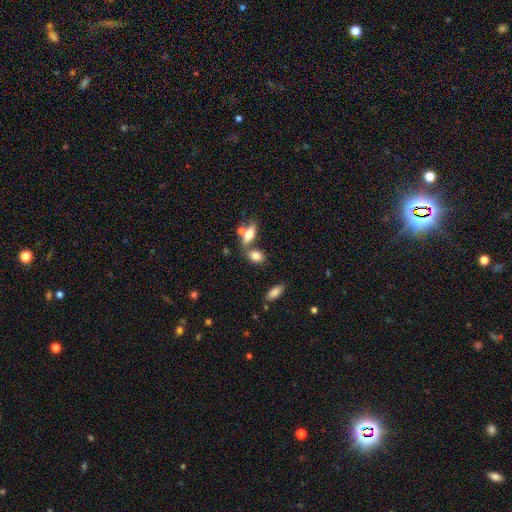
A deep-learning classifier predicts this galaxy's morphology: This appears to be a smooth galaxy with no disk features (79%) that is in between round and cigar-shaped (78%). Merging: none (54%).